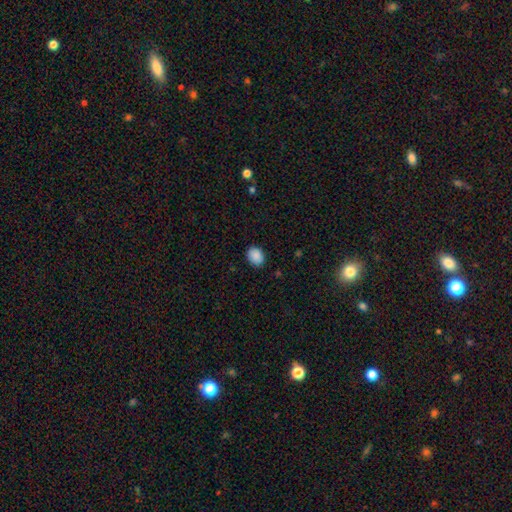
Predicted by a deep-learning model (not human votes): Q: Smooth or featured?
A: smooth (90%); runner-up: star or artifact (8%)
Q: How rounded?
A: in between (61%); runner-up: round (38%)
Q: Merging?
A: none (88%); runner-up: minor disturbance (9%)